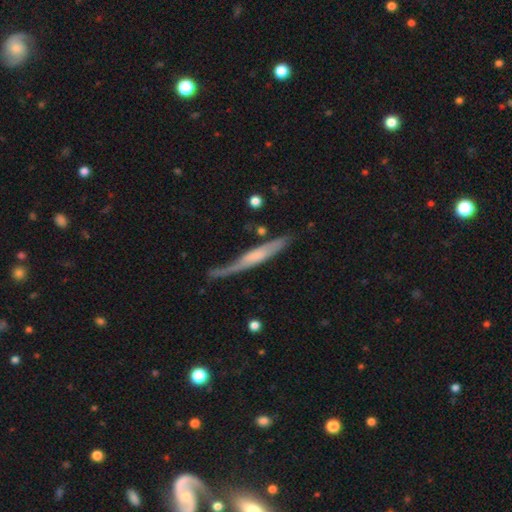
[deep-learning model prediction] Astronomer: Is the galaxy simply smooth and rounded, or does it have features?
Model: featured or disk — 54% (runner-up: smooth, 40%).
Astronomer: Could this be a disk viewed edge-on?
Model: yes — 81%.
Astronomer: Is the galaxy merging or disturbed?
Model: none — 47% (runner-up: minor disturbance, 30%).